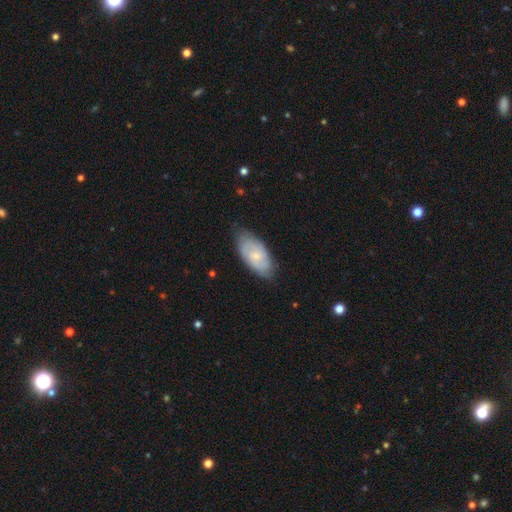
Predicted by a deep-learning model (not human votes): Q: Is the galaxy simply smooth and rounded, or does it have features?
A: featured or disk — 48%.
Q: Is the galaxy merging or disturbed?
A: none — 70%.